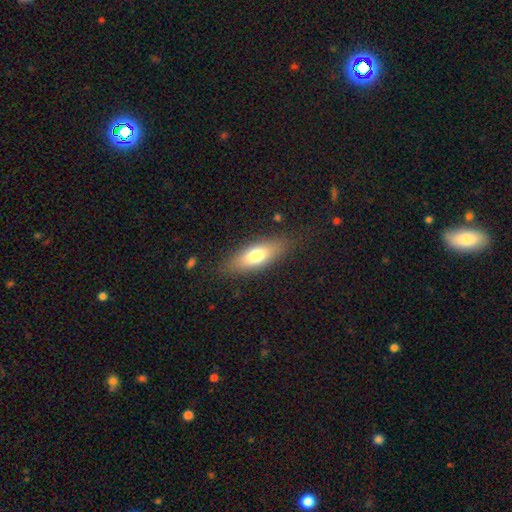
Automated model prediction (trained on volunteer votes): The model was most divided on "how rounded": in between: 67%, cigar-shaped: 29%, round: 3%. More confident: merging — none (82%); smooth or featured — smooth (70%).